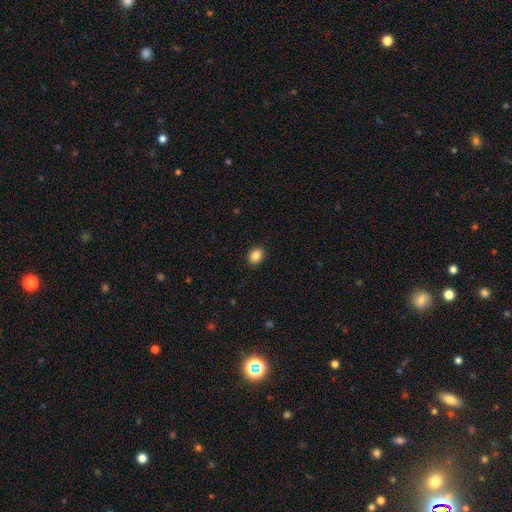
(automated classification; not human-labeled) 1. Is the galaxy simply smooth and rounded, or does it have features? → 87% smooth, 9% star or artifact, 4% featured or disk.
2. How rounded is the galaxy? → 55% in between, 44% round, 1% cigar-shaped.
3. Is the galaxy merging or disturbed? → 91% none, 7% minor disturbance, 2% major disturbance, 1% merger.